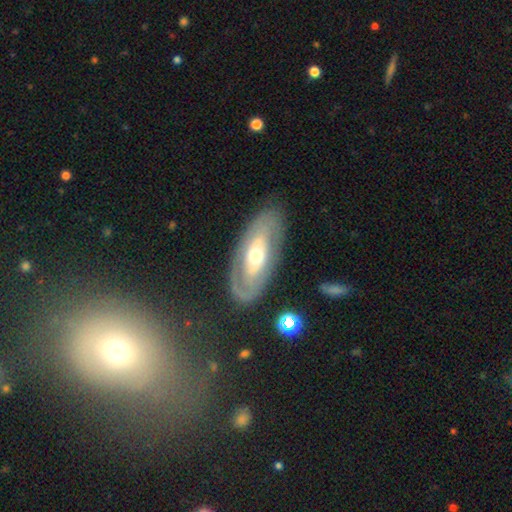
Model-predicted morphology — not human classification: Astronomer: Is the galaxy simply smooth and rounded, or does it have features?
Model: featured or disk — 70%.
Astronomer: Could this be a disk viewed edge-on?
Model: no — 87%.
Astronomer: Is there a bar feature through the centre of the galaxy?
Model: no — 76%.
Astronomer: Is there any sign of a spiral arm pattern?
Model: no — 54% (runner-up: yes, 46%).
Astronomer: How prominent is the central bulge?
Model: moderate — 68%.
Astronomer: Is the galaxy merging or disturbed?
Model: none — 79%.